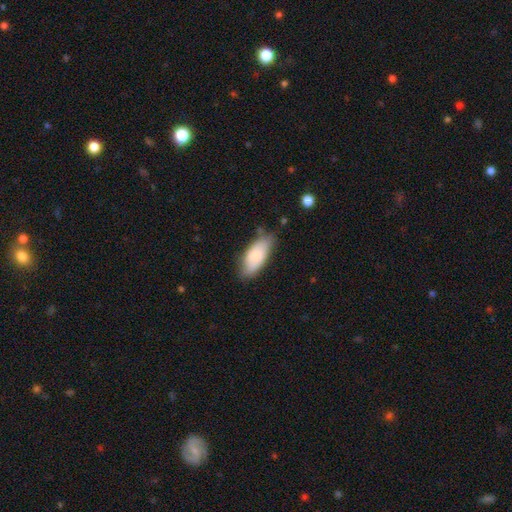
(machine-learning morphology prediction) type=smooth (79%); roundness=in between (87%); merging=none (70%).